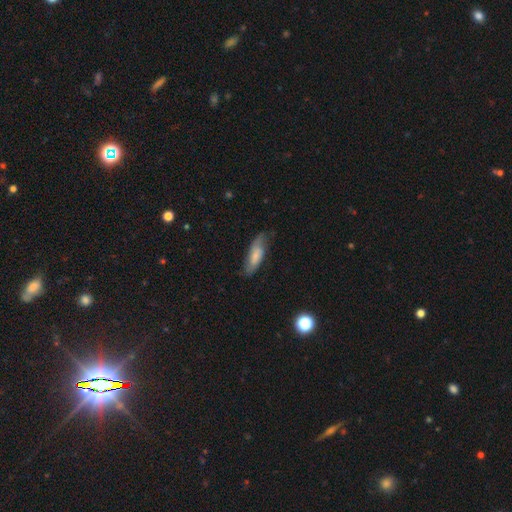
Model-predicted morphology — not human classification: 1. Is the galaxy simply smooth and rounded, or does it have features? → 60% smooth, 34% featured or disk, 7% star or artifact.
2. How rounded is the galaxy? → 59% in between, 39% cigar-shaped, 2% round.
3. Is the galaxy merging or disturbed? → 66% none, 25% minor disturbance, 7% major disturbance, 2% merger.